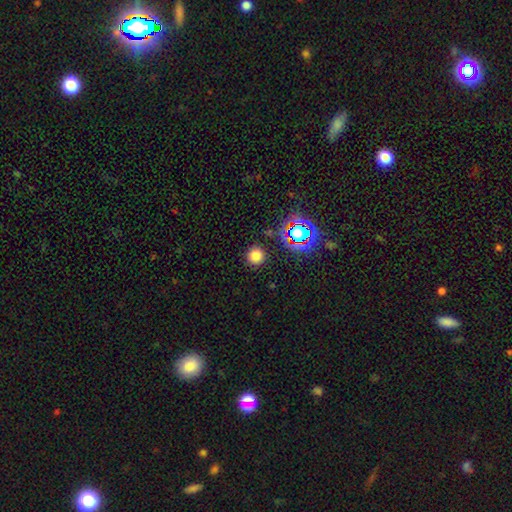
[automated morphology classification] This is likely a smooth galaxy (76%). How rounded: clearly round (94%). Merging: clearly none (89%).